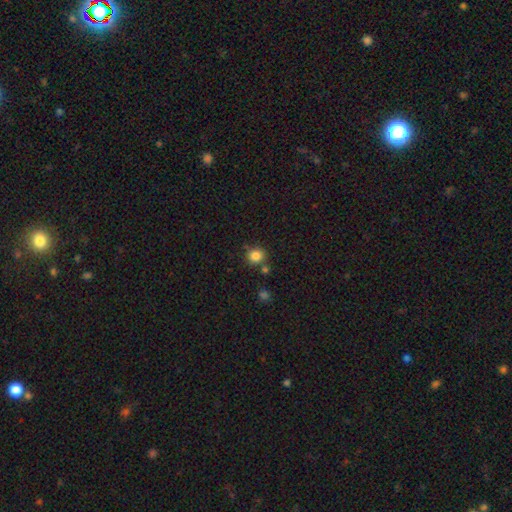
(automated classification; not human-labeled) This is clearly a smooth galaxy (84%). How rounded: clearly round (89%). Merging: likely none (77%).